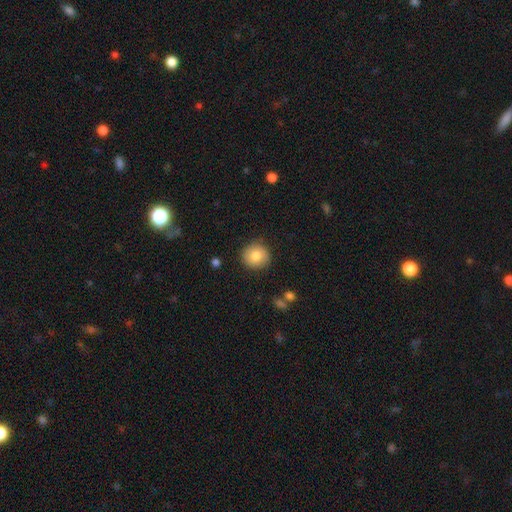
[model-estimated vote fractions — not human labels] Morphology: type=smooth (82%); roundness=round (90%); merging=none (88%).